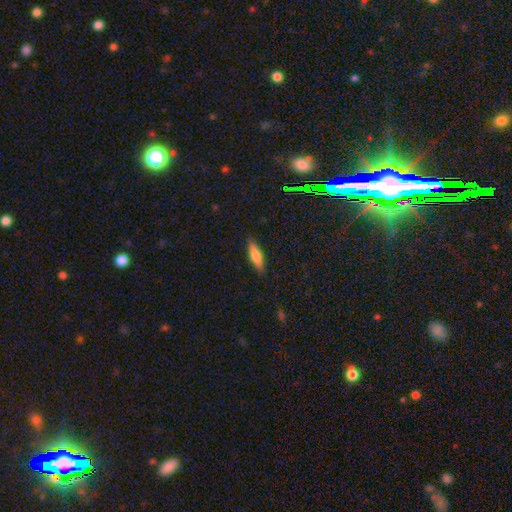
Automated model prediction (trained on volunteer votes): This appears to be a smooth galaxy with no disk features (60%) that is cigar-shaped (59%). Merging: none (87%).